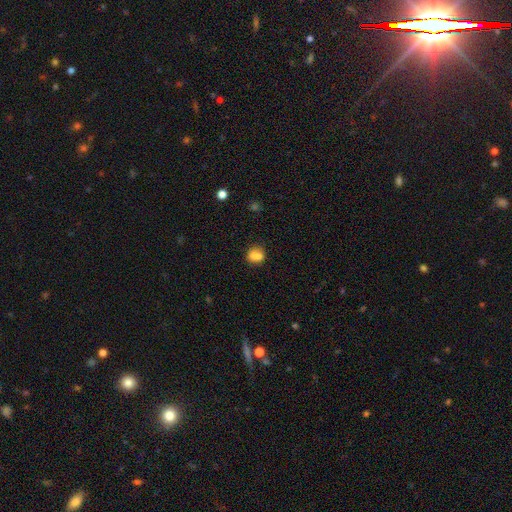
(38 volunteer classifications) Smooth or featured?
  - smooth: 82% *
  - featured or disk: 16%
  - star or artifact: 3%
How rounded?
  - round: 55% *
  - in between: 45%
  - cigar-shaped: 0%
Merging?
  - none: 51% *
  - merger: 41%
  - minor disturbance: 8%
  - major disturbance: 0%